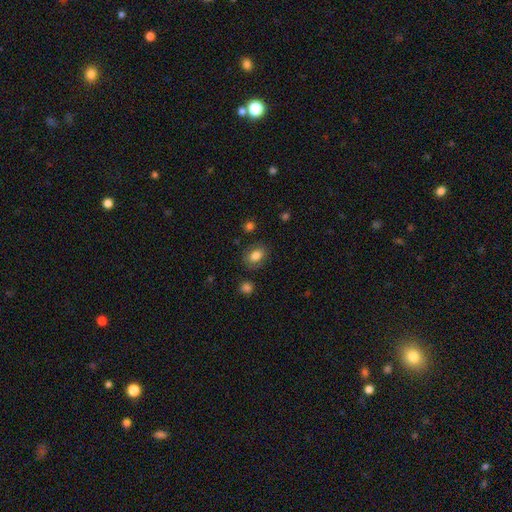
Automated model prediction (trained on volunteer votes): Q: Smooth or featured?
A: smooth (83%); runner-up: star or artifact (9%)
Q: How rounded?
A: in between (75%); runner-up: round (24%)
Q: Merging?
A: none (82%); runner-up: minor disturbance (12%)